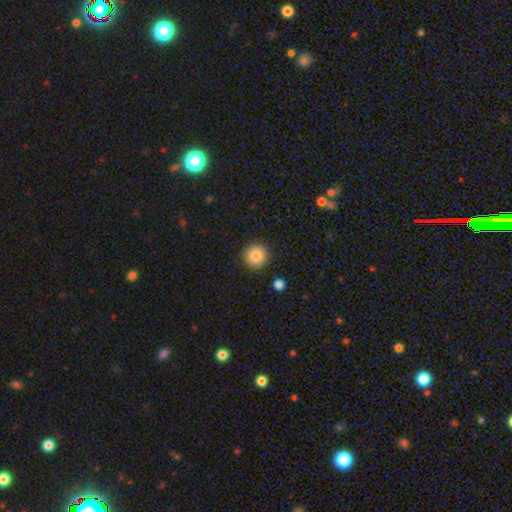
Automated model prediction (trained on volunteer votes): Overall: smooth (86%). How rounded: round (95%). Merging: none (90%).